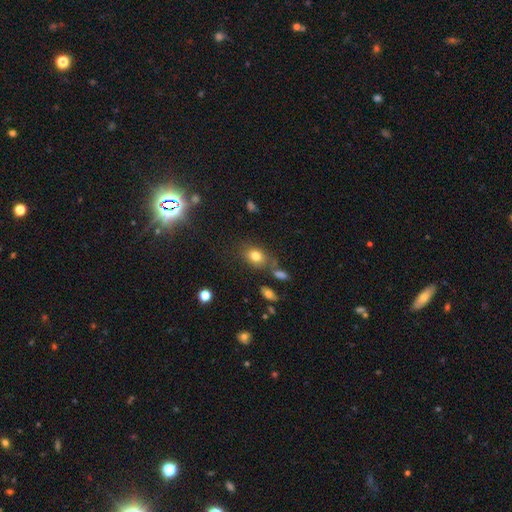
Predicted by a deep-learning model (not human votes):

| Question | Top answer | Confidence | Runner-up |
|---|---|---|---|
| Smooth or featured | smooth | 77% | star or artifact (11%) |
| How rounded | in between | 66% | round (33%) |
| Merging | none | 70% | minor disturbance (16%) |